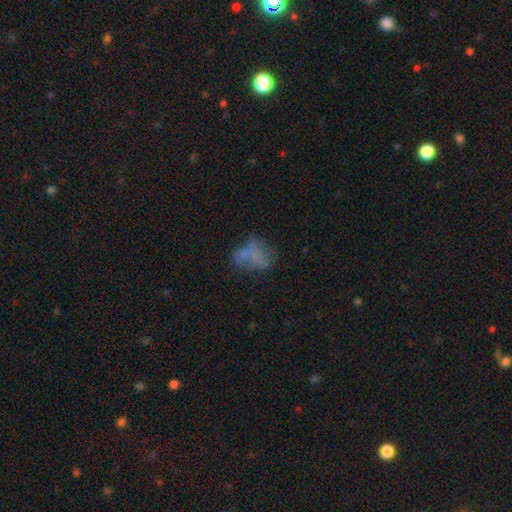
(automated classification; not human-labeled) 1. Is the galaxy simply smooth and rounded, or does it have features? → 50% smooth, 35% featured or disk, 15% star or artifact.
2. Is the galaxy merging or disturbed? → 36% none, 24% major disturbance, 21% minor disturbance, 19% merger.